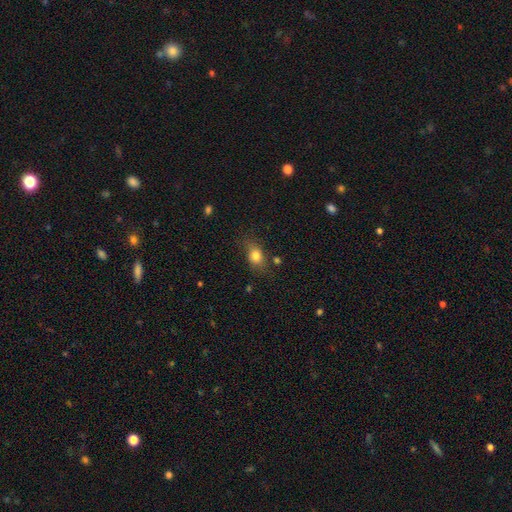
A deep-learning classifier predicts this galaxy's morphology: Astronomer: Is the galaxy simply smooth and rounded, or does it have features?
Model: smooth — 78%.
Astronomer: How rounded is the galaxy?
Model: in between — 64%.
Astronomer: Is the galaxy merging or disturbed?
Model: none — 65%.